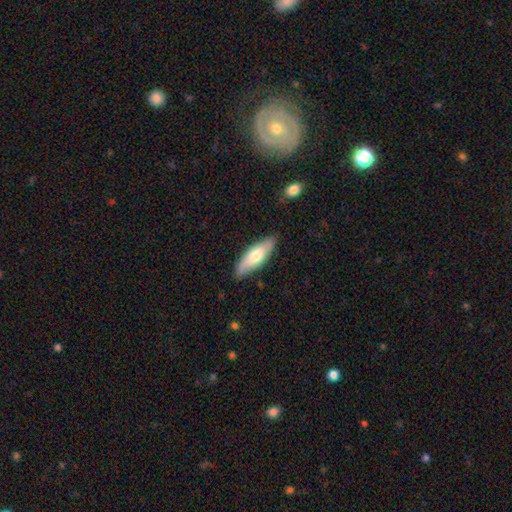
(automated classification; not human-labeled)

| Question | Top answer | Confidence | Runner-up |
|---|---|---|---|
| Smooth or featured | smooth | 65% | featured or disk (29%) |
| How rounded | in between | 54% | cigar-shaped (44%) |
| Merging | none | 85% | minor disturbance (12%) |